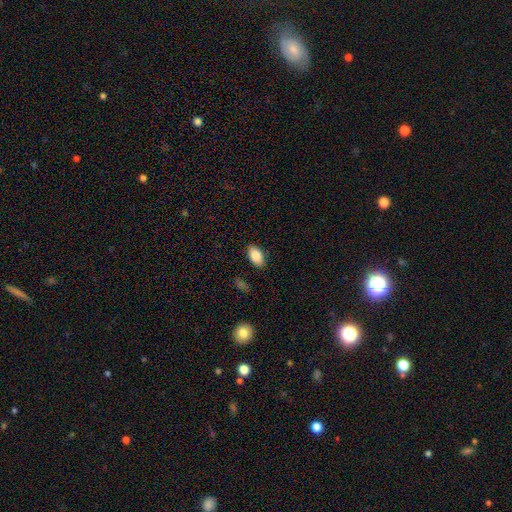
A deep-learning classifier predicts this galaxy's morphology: smooth-or-featured: smooth: 86% | star or artifact: 7% | featured or disk: 6%
  how-rounded: in between: 93% | round: 5% | cigar-shaped: 2%
  merging: none: 86% | minor disturbance: 10% | major disturbance: 2% | merger: 1%